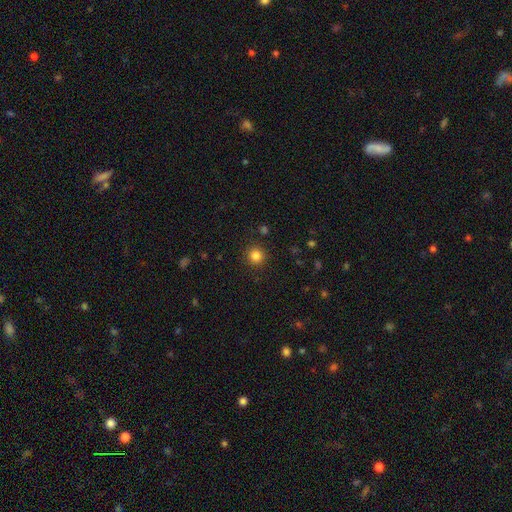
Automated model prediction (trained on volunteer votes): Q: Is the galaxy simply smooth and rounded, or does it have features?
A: smooth — 84%.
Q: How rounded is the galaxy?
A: round — 94%.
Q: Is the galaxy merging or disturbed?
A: none — 91%.